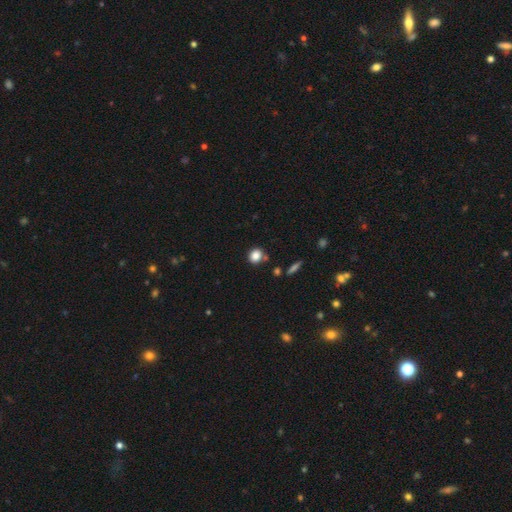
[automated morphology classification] type=smooth (84%); roundness=round (78%); merging=none (76%).